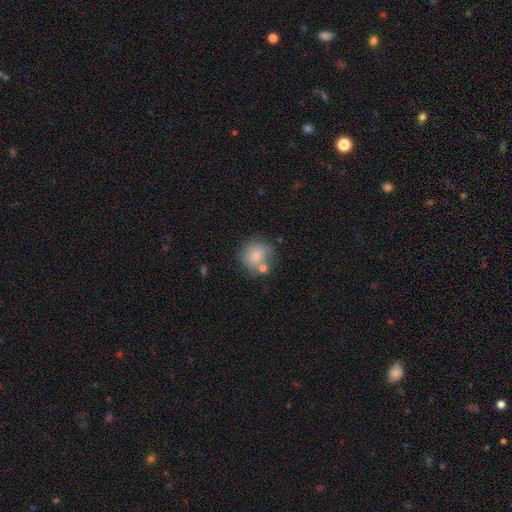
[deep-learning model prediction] This appears to be a smooth galaxy with no disk features (78%) that is round (86%). Merging: none (58%).